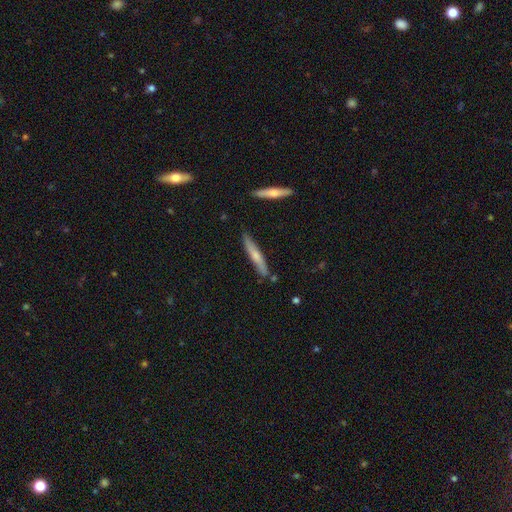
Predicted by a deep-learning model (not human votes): A smooth galaxy with no disk features (55%) that is cigar-shaped (93%). Merging: none (82%).